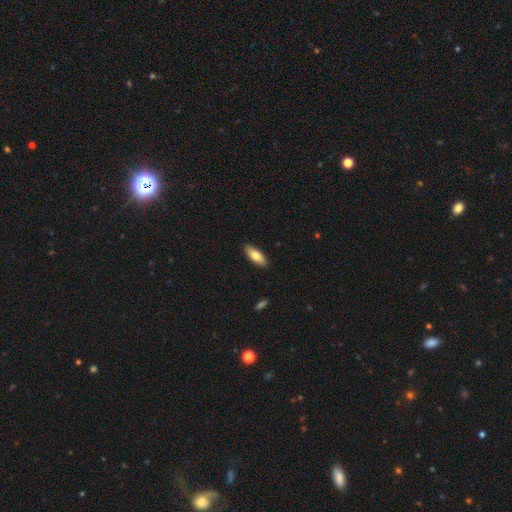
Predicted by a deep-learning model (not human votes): A smooth galaxy with no disk features (80%) that is in between round and cigar-shaped (72%).

Vote fractions:
- Smooth or featured? smooth: 80% / featured or disk: 15% / star or artifact: 6%
- How rounded? in between: 72% / cigar-shaped: 26% / round: 2%
- Merging? none: 89% / minor disturbance: 8% / major disturbance: 2% / merger: 1%